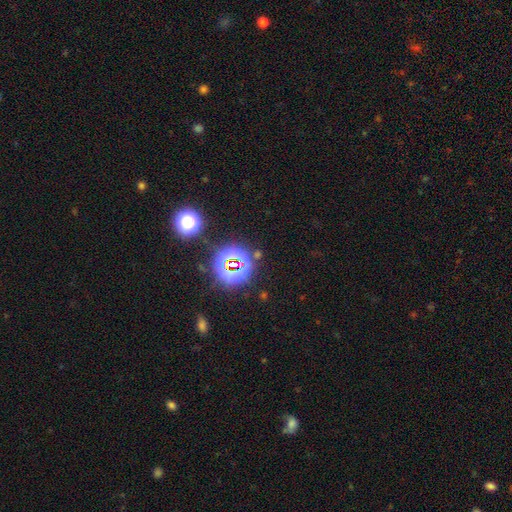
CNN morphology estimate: smooth-or-featured: star or artifact: 77% | smooth: 15% | featured or disk: 8%